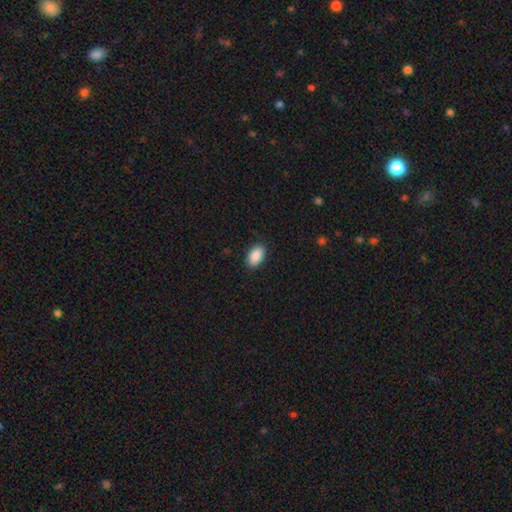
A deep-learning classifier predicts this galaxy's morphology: This is clearly a smooth galaxy (90%). How rounded: clearly in between (93%). Merging: clearly none (89%).